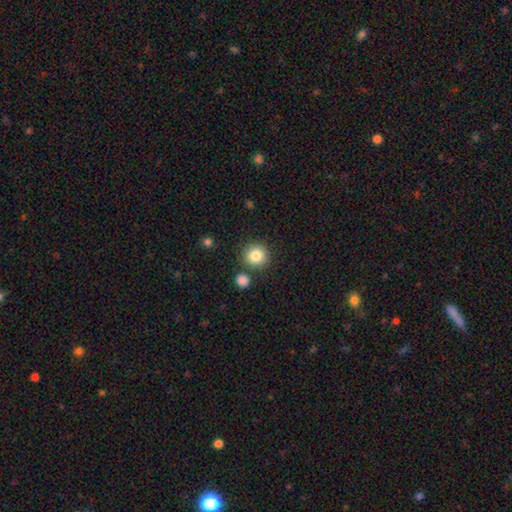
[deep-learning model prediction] smooth-or-featured: smooth: 84% | star or artifact: 10% | featured or disk: 6%
  how-rounded: round: 92% | in between: 7% | cigar-shaped: 1%
  merging: none: 82% | merger: 8% | minor disturbance: 8% | major disturbance: 2%